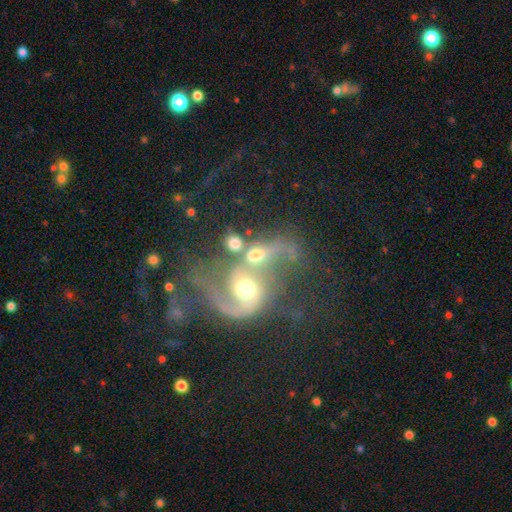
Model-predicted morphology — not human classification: smooth_or_featured: featured or disk (p=0.79) [alt: smooth p=0.12]
disk_edge_on: no (p=0.97) [alt: yes p=0.03]
bar: no (p=0.65) [alt: weak p=0.26]
has_spiral_arms: yes (p=0.86) [alt: no p=0.14]
spiral_winding: loose (p=0.45) [alt: medium p=0.41]
spiral_arm_count: 2 (p=0.64) [alt: 1 p=0.20]
bulge_size: moderate (p=0.64) [alt: small p=0.20]
merging: merger (p=0.57) [alt: major disturbance p=0.19]